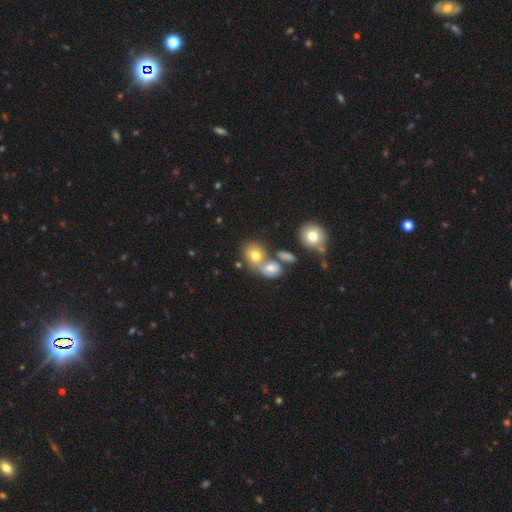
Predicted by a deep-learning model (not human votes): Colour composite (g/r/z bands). It shows a smooth galaxy with no disk features (69%) that is round (63%). Merging: merger (47%).